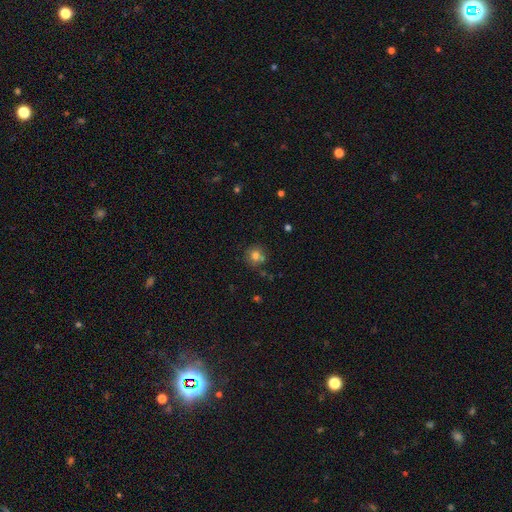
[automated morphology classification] Smooth or featured? Predicted: smooth (p=0.75). How rounded? Predicted: round (p=0.88). Merging? Predicted: none (p=0.68).